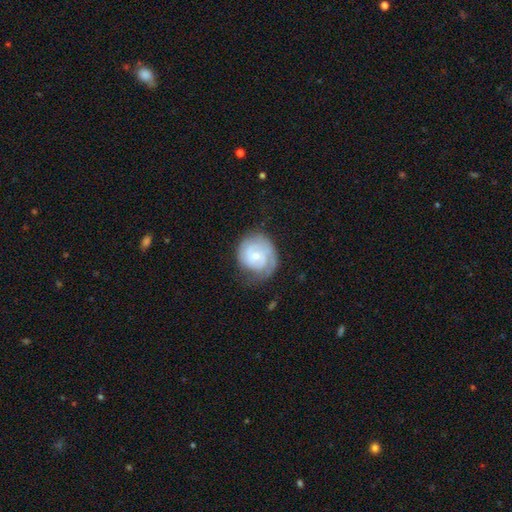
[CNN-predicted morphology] Smooth or featured: featured or disk — 76% (smooth — 19%)
Edge-on disk: no — 98% (yes — 2%)
Bar: no — 63% (weak — 32%)
Spiral arms: yes — 94% (no — 6%)
Spiral winding: tight — 66% (medium — 27%)
Spiral arm count: 2 — 41% (can't tell — 23%)
Bulge size: small — 62% (moderate — 34%)
Merging: none — 66% (minor disturbance — 22%)